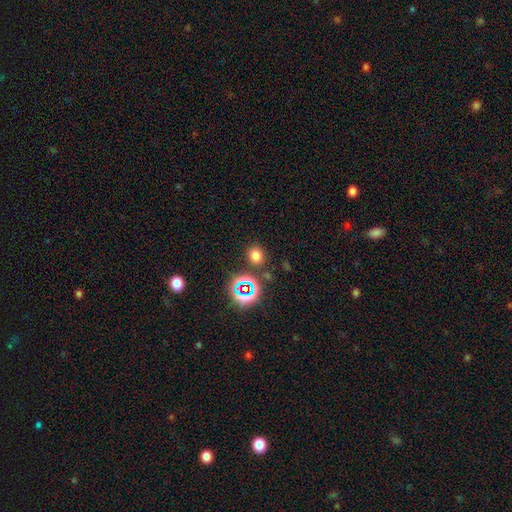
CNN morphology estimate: smooth 70%, star or artifact 24%, featured or disk 6%. Down the decision tree: how rounded — round (68%); merging — none (83%).